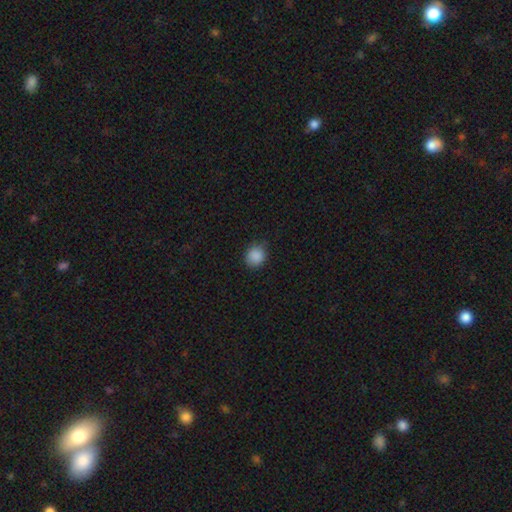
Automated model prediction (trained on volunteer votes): Q: Smooth or featured?
A: smooth (88%); runner-up: star or artifact (9%)
Q: How rounded?
A: round (79%); runner-up: in between (20%)
Q: Merging?
A: none (81%); runner-up: minor disturbance (15%)